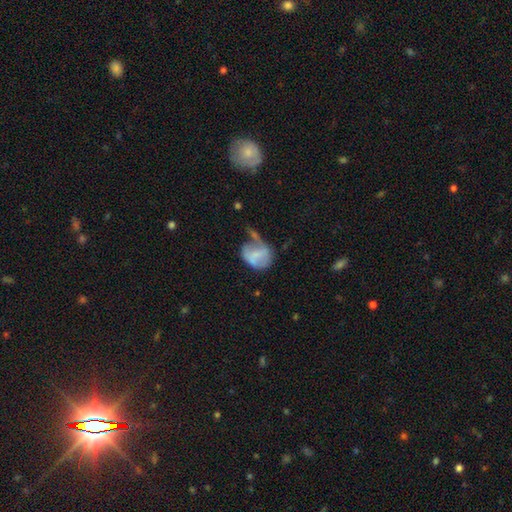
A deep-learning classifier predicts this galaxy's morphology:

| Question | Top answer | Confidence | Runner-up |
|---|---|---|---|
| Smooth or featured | smooth | 52% | featured or disk (40%) |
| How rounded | in between | 53% | round (46%) |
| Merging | major disturbance | 42% | minor disturbance (26%) |